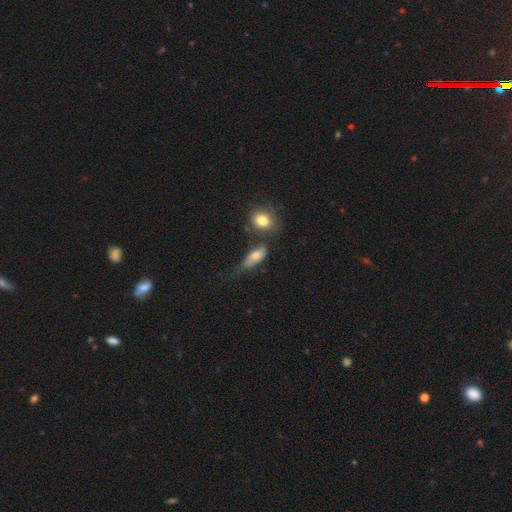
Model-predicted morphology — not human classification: Smooth or featured?
  - smooth: 72% *
  - featured or disk: 19%
  - star or artifact: 9%
How rounded?
  - in between: 68% *
  - cigar-shaped: 23%
  - round: 9%
Merging?
  - none: 36% *
  - minor disturbance: 29%
  - major disturbance: 18%
  - merger: 17%